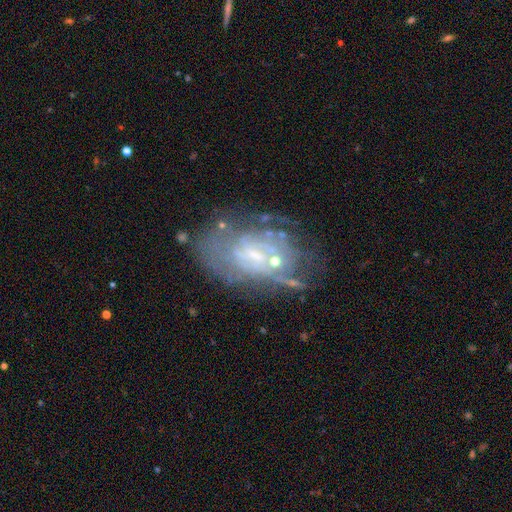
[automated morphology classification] A featured or disk galaxy (69%) with no bar (53%), spiral arms (55%) and a small central bulge (51%).

Vote fractions:
- Smooth or featured? featured or disk: 69% / smooth: 19% / star or artifact: 12%
- Edge-on disk? no: 95% / yes: 5%
- Bar? no: 53% / weak: 37% / strong: 10%
- Spiral arms? yes: 55% / no: 45%
- Bulge size? small: 51% / moderate: 25% / none: 19% / large: 3% / dominant: 1%
- Merging? none: 48% / minor disturbance: 23% / major disturbance: 22% / merger: 8%